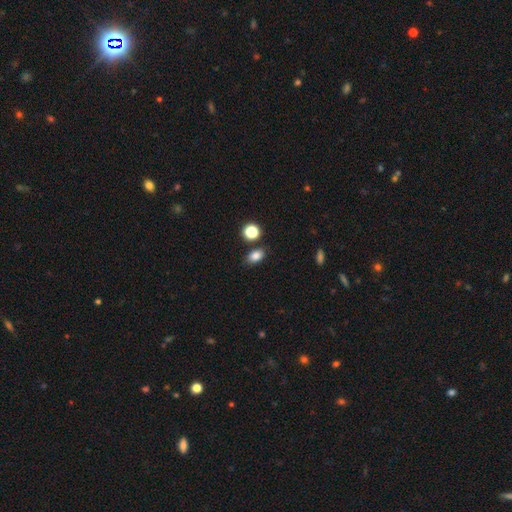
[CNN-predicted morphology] Smooth or featured? Predicted: smooth (p=0.82). How rounded? Predicted: in between (p=0.77). Merging? Predicted: none (p=0.78).